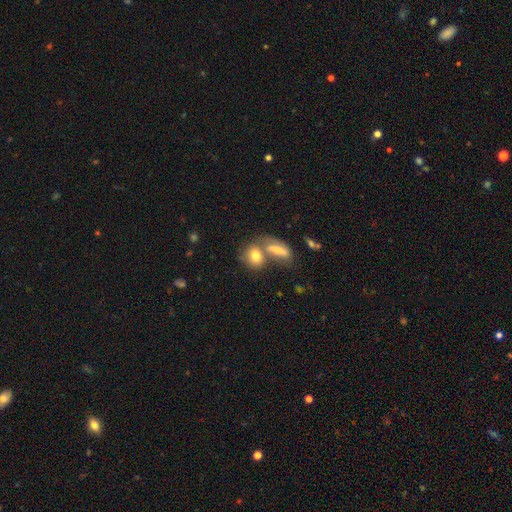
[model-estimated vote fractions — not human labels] smooth_or_featured: smooth (p=0.73) [alt: featured or disk p=0.19]
how_rounded: in between (p=0.50) [alt: round p=0.46]
merging: merger (p=0.53) [alt: none p=0.32]